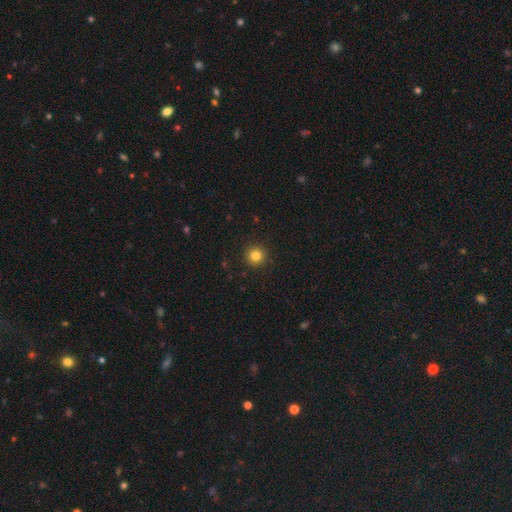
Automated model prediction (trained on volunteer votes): The model was most divided on "smooth or featured": smooth: 82%, star or artifact: 12%, featured or disk: 6%. More confident: how rounded — round (95%); merging — none (92%).